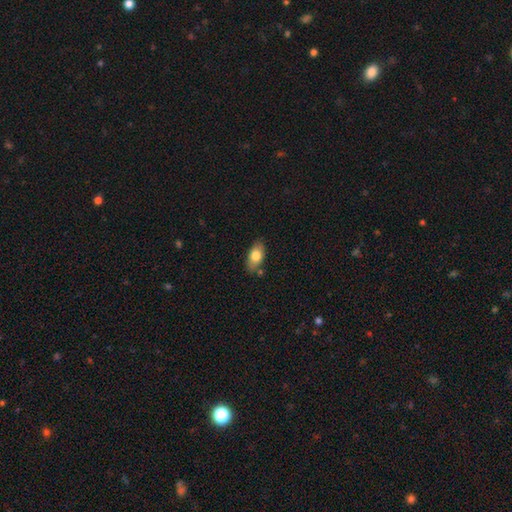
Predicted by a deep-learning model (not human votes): Morphology: type=smooth (76%); roundness=in between (90%); merging=none (77%).